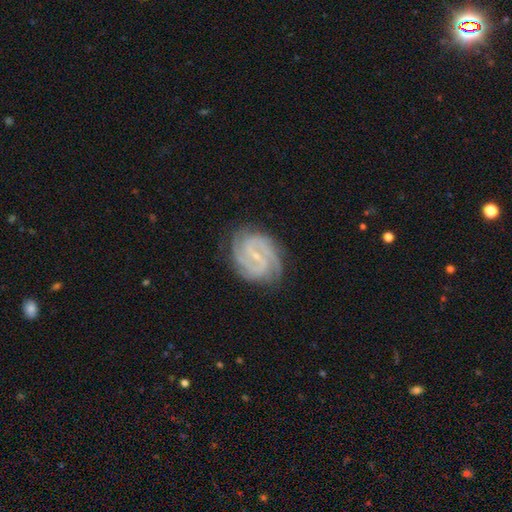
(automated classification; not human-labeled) This appears to be a featured or disk galaxy (89%) with a weak bar (47%), 2 (41%) tight (61%) spiral arms (98%) and a small central bulge (80%). Merging: none (82%).